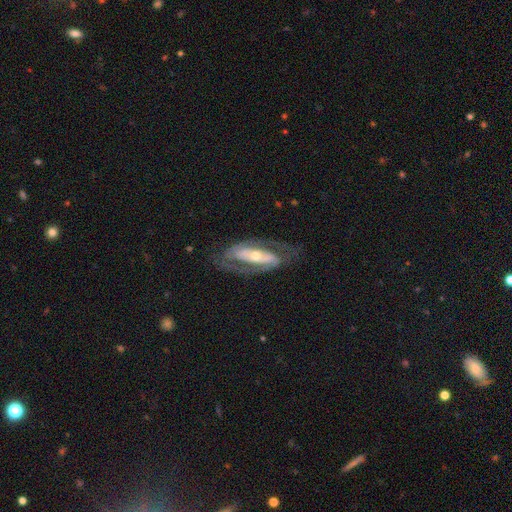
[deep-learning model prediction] Q: Smooth or featured?
A: featured or disk (81%); runner-up: smooth (14%)
Q: Edge-on disk?
A: no (90%); runner-up: yes (10%)
Q: Bar?
A: strong (39%); runner-up: no (38%)
Q: Spiral arms?
A: yes (79%); runner-up: no (21%)
Q: Spiral winding?
A: medium (43%); runner-up: tight (38%)
Q: Spiral arm count?
A: 2 (82%); runner-up: can't tell (11%)
Q: Bulge size?
A: moderate (49%); runner-up: small (43%)
Q: Merging?
A: none (71%); runner-up: minor disturbance (15%)